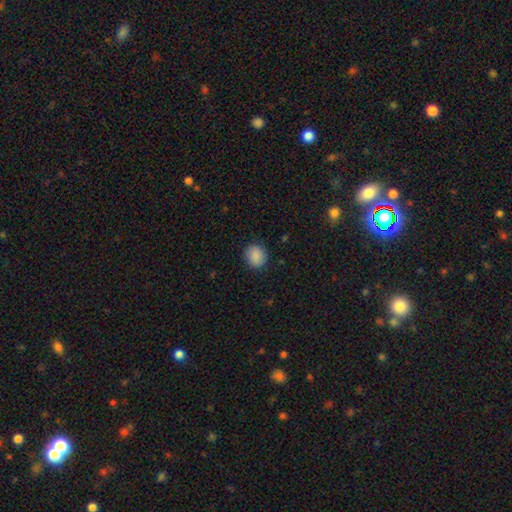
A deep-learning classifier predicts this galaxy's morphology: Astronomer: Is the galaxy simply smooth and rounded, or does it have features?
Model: smooth — 89%.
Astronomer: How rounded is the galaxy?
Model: round — 78%.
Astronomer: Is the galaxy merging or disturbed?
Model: none — 88%.